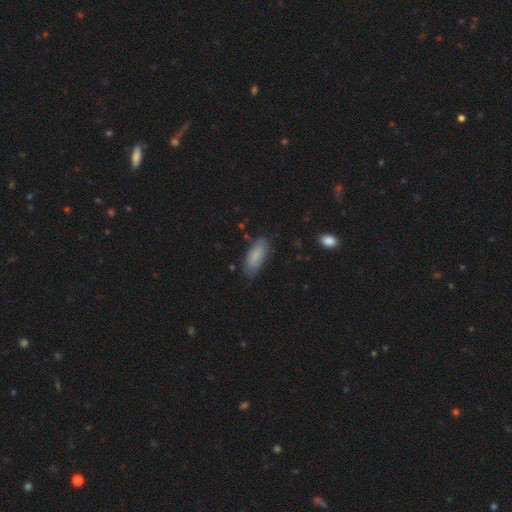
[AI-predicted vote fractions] A smooth galaxy with no disk features (79%) that is in between round and cigar-shaped (82%).

Vote fractions:
- Smooth or featured? smooth: 79% / featured or disk: 14% / star or artifact: 6%
- How rounded? in between: 82% / cigar-shaped: 16% / round: 2%
- Merging? none: 70% / minor disturbance: 23% / major disturbance: 5% / merger: 2%